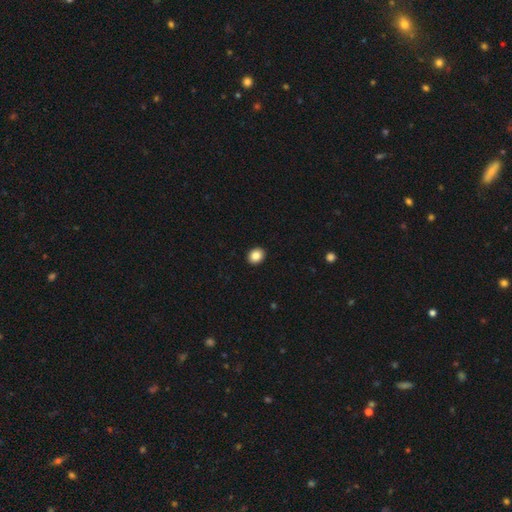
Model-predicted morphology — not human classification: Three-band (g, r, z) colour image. It shows a smooth galaxy with no disk features (86%) that is round (64%). Merging: none (93%).